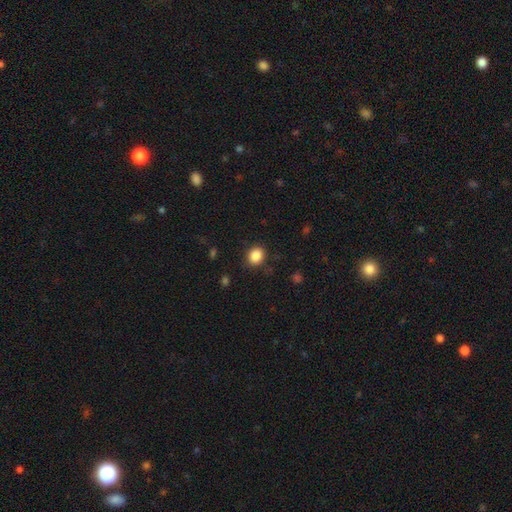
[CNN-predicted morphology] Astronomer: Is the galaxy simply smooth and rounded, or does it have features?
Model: smooth — 86%.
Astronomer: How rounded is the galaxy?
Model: round — 64%.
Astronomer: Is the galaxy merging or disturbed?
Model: none — 87%.